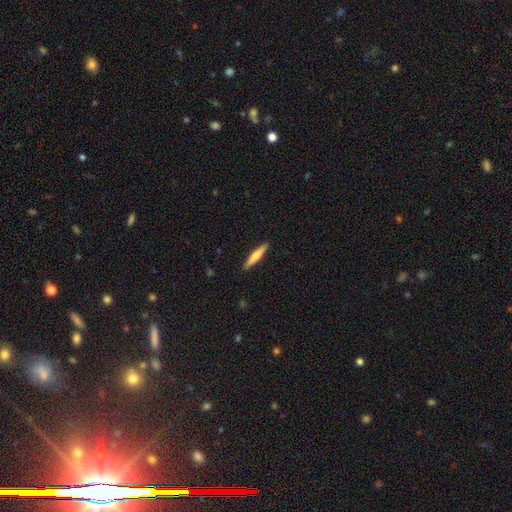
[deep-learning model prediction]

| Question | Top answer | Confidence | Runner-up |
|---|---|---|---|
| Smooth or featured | smooth | 59% | featured or disk (36%) |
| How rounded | cigar-shaped | 92% | in between (7%) |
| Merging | none | 91% | minor disturbance (6%) |